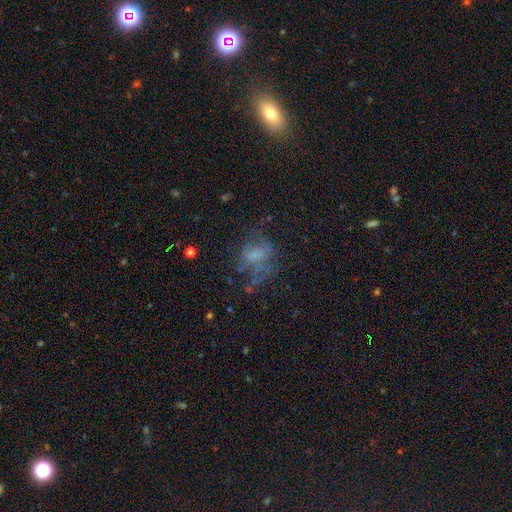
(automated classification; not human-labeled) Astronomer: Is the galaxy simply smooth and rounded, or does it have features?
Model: featured or disk — 40% (runner-up: smooth, 39%).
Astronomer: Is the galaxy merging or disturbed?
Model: none — 43% (runner-up: major disturbance, 34%).